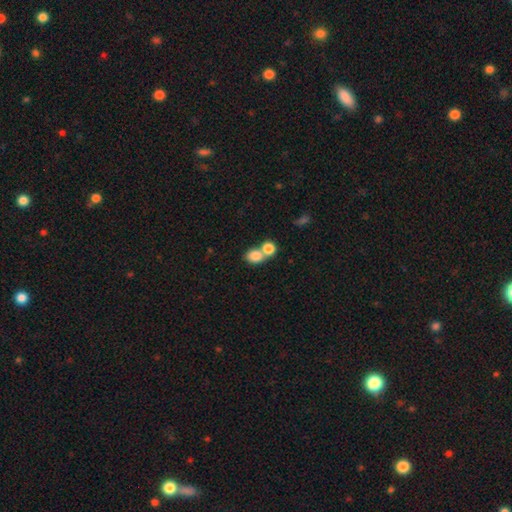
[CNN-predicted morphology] The model was most divided on "how rounded": round: 51%, in between: 48%, cigar-shaped: 1%. More confident: smooth or featured — smooth (82%); merging — merger (58%).